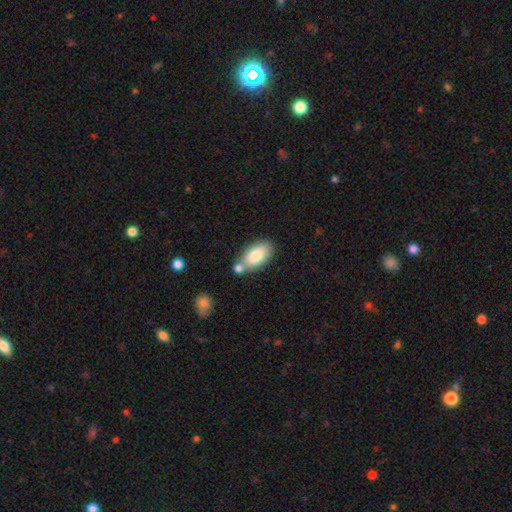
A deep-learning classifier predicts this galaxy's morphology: Q: Smooth or featured?
A: smooth (83%); runner-up: featured or disk (10%)
Q: How rounded?
A: in between (94%); runner-up: round (4%)
Q: Merging?
A: none (61%); runner-up: merger (22%)